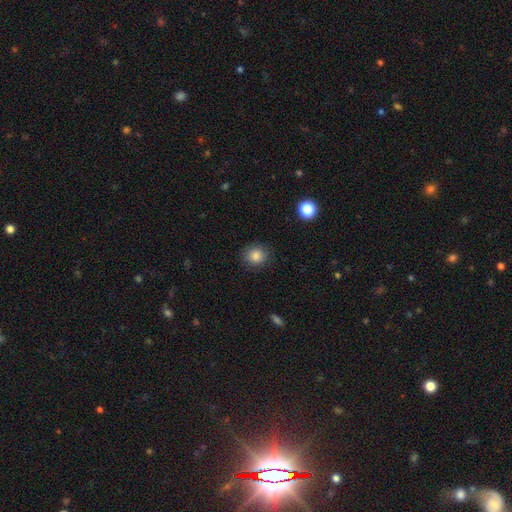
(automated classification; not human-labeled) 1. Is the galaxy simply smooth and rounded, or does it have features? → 85% smooth, 10% star or artifact, 5% featured or disk.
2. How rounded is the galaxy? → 86% round, 13% in between, 1% cigar-shaped.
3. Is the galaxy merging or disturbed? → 87% none, 9% minor disturbance, 3% major disturbance, 1% merger.